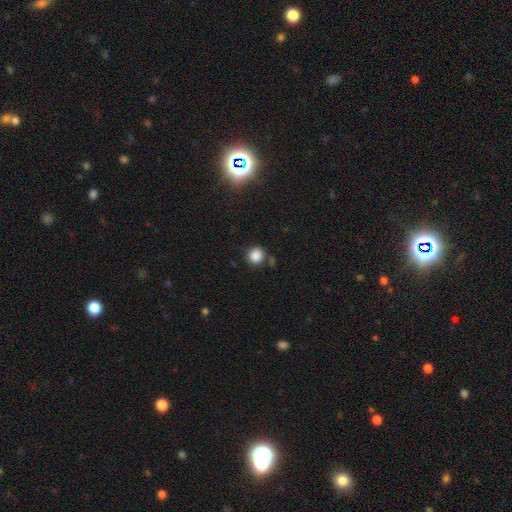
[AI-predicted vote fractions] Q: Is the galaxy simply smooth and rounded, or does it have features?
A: smooth — 86%.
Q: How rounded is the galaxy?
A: round — 90%.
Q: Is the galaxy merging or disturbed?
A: none — 78%.